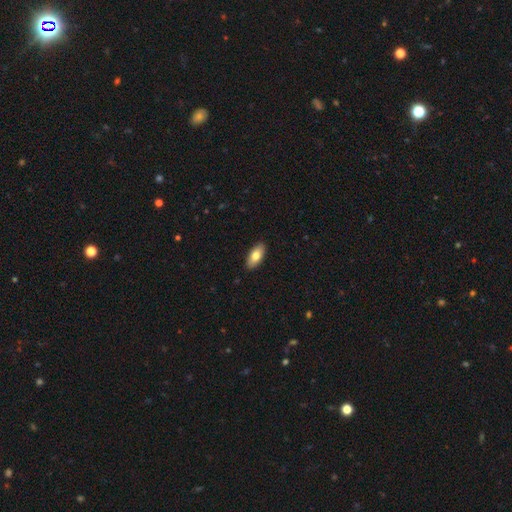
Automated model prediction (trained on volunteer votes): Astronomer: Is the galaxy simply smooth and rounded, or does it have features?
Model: smooth — 78%.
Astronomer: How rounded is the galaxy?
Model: in between — 90%.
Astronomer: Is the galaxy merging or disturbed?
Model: none — 90%.